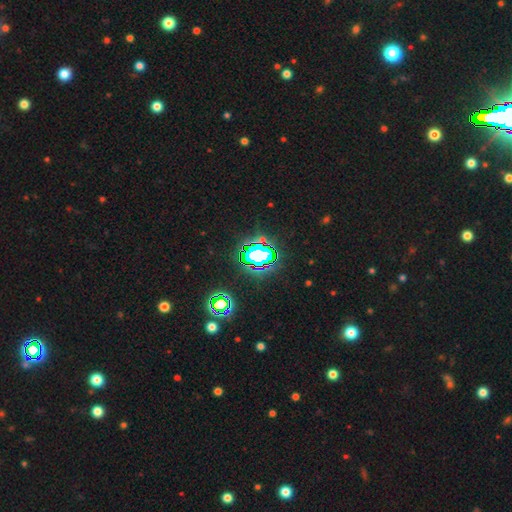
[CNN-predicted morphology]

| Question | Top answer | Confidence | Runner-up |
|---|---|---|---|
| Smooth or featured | star or artifact | 82% | smooth (11%) |